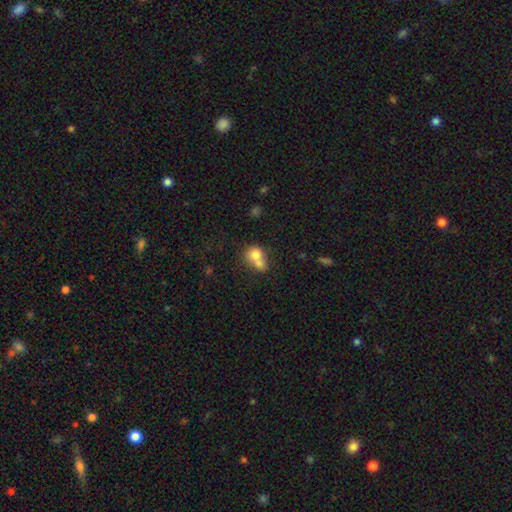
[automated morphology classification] This is likely a smooth galaxy (74%). How rounded: likely round (60%). Merging: likely merger (63%).